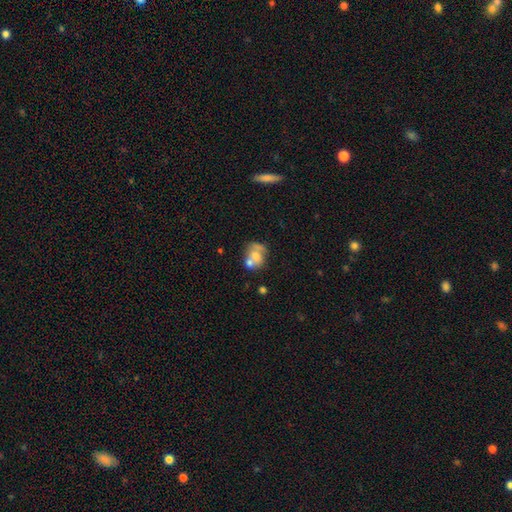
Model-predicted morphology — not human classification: A smooth galaxy with no disk features (57%) that is in between round and cigar-shaped (50%).

Vote fractions:
- Smooth or featured? smooth: 57% / featured or disk: 34% / star or artifact: 9%
- How rounded? in between: 50% / round: 49% / cigar-shaped: 1%
- Merging? merger: 46% / none: 28% / minor disturbance: 15% / major disturbance: 11%